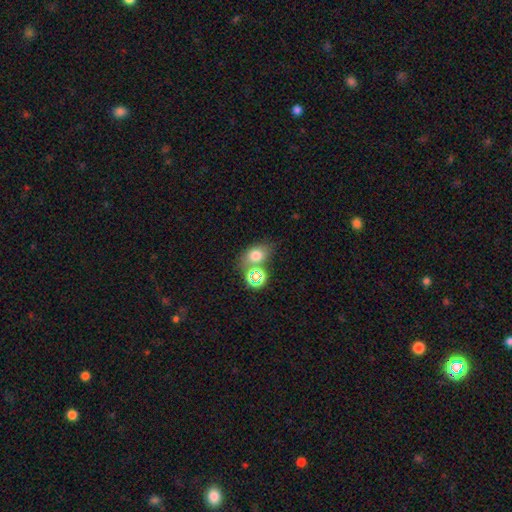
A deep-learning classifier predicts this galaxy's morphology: smooth-or-featured: smooth: 69% | star or artifact: 18% | featured or disk: 12%
  how-rounded: in between: 61% | round: 37% | cigar-shaped: 2%
  merging: none: 55% | merger: 27% | minor disturbance: 13% | major disturbance: 5%